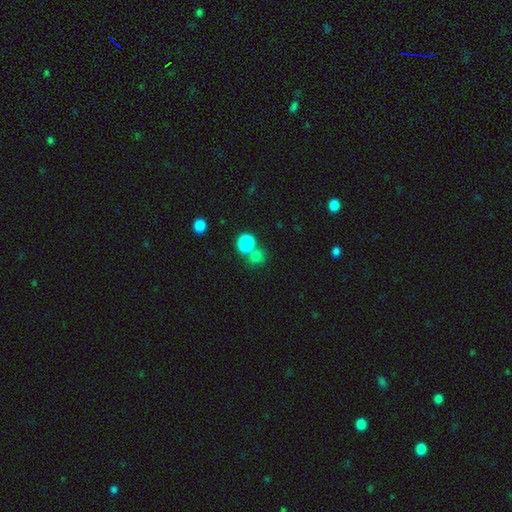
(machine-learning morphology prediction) Smooth or featured?
  - smooth: 75% *
  - star or artifact: 19%
  - featured or disk: 7%
How rounded?
  - round: 75% *
  - in between: 24%
  - cigar-shaped: 1%
Merging?
  - none: 53% *
  - merger: 34%
  - minor disturbance: 9%
  - major disturbance: 4%